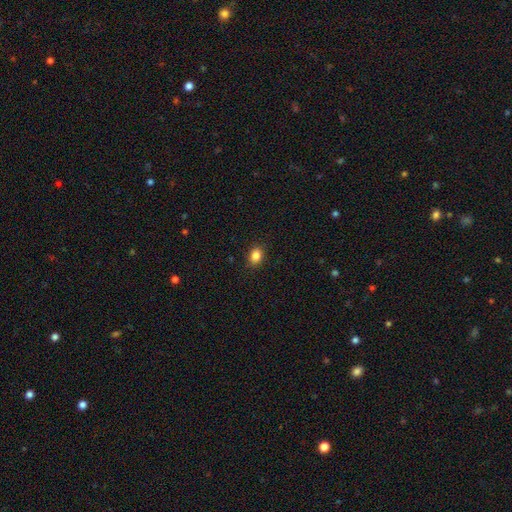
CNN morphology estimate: Overall: smooth (86%). How rounded: in between (68%; round 30%). Merging: none (89%).